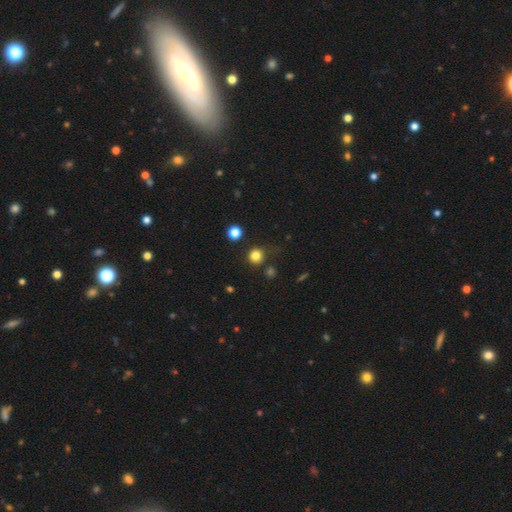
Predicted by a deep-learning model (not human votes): The model was most divided on "smooth or featured": smooth: 81%, star or artifact: 14%, featured or disk: 5%. More confident: how rounded — round (93%); merging — none (83%).